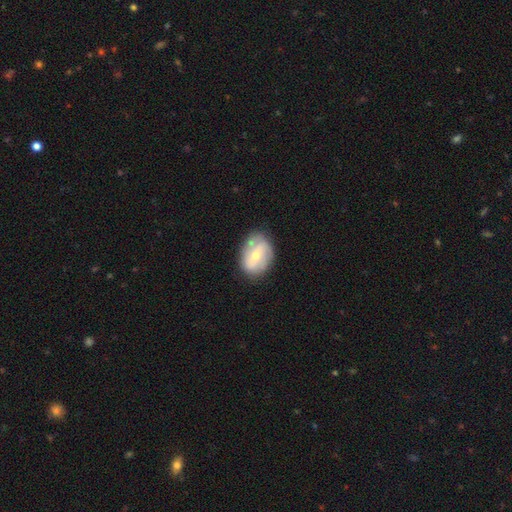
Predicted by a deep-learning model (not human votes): Q: Smooth or featured?
A: featured or disk (54%); runner-up: smooth (39%)
Q: Edge-on disk?
A: no (95%); runner-up: yes (5%)
Q: Bar?
A: weak (39%); runner-up: no (38%)
Q: Spiral arms?
A: yes (56%); runner-up: no (44%)
Q: Bulge size?
A: moderate (54%); runner-up: small (41%)
Q: Merging?
A: none (71%); runner-up: minor disturbance (21%)